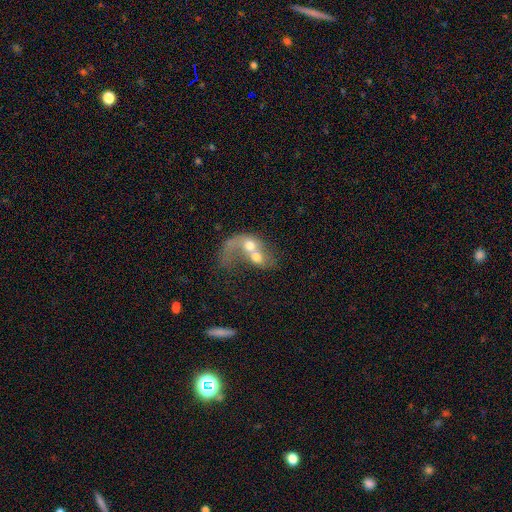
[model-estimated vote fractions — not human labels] featured or disk 51%, smooth 39%, star or artifact 10%. Down the decision tree: edge-on disk — no (95%); merging — merger (78%).